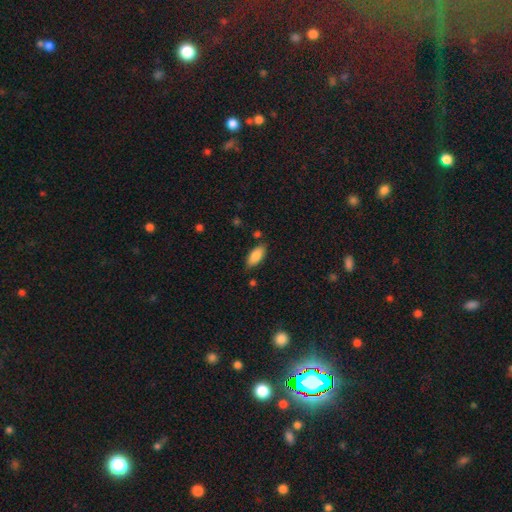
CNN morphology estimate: A smooth galaxy with no disk features (86%) that is in between round and cigar-shaped (86%).

Vote fractions:
- Smooth or featured? smooth: 86% / featured or disk: 7% / star or artifact: 7%
- How rounded? in between: 86% / cigar-shaped: 12% / round: 2%
- Merging? none: 81% / minor disturbance: 13% / merger: 3% / major disturbance: 3%